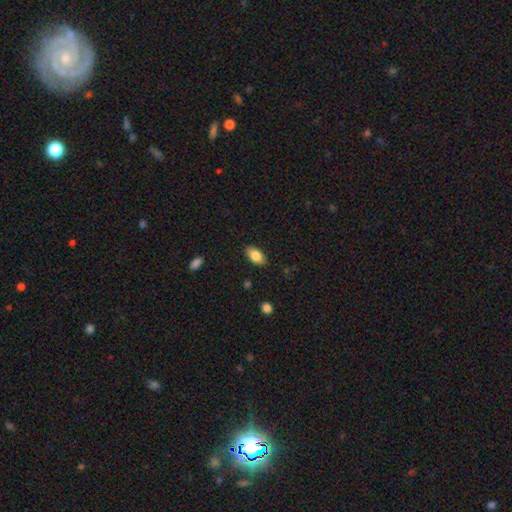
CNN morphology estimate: A smooth galaxy with no disk features (83%) that is in between round and cigar-shaped (93%). Merging: none (86%).